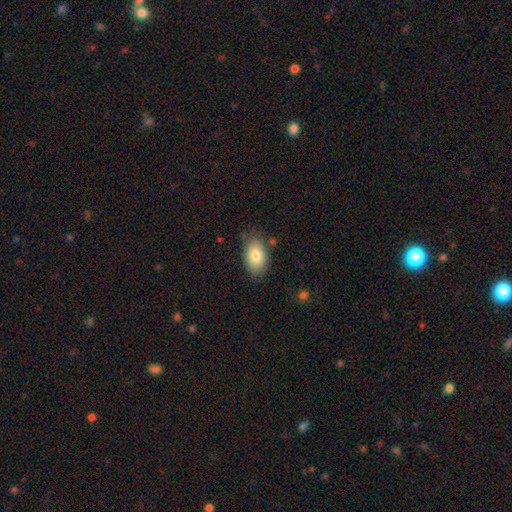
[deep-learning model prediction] Smooth or featured? Predicted: smooth (p=0.81). How rounded? Predicted: in between (p=0.90). Merging? Predicted: none (p=0.78).